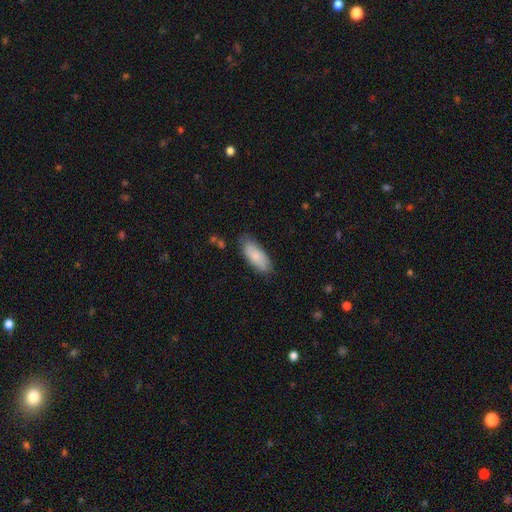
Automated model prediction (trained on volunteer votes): Q: Smooth or featured?
A: smooth (77%); runner-up: featured or disk (17%)
Q: How rounded?
A: in between (79%); runner-up: cigar-shaped (19%)
Q: Merging?
A: none (75%); runner-up: minor disturbance (19%)